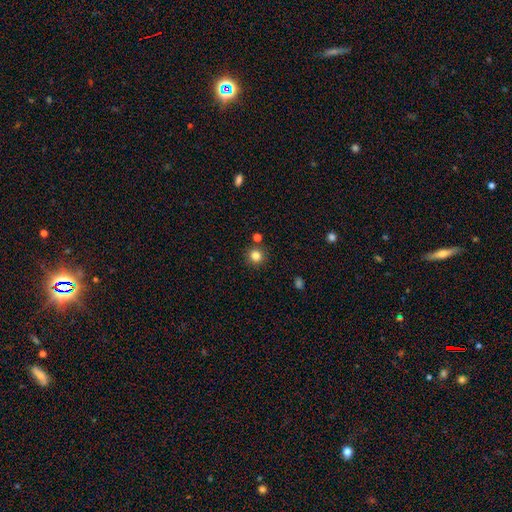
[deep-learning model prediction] A smooth galaxy with no disk features (83%) that is round (92%). Merging: none (86%).